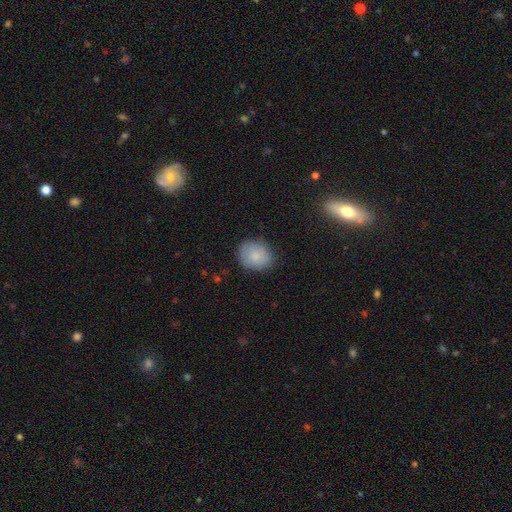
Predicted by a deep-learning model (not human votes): Smooth or featured?
  - smooth: 82% *
  - featured or disk: 10%
  - star or artifact: 7%
How rounded?
  - round: 65% *
  - in between: 34%
  - cigar-shaped: 1%
Merging?
  - none: 78% *
  - minor disturbance: 17%
  - major disturbance: 4%
  - merger: 1%